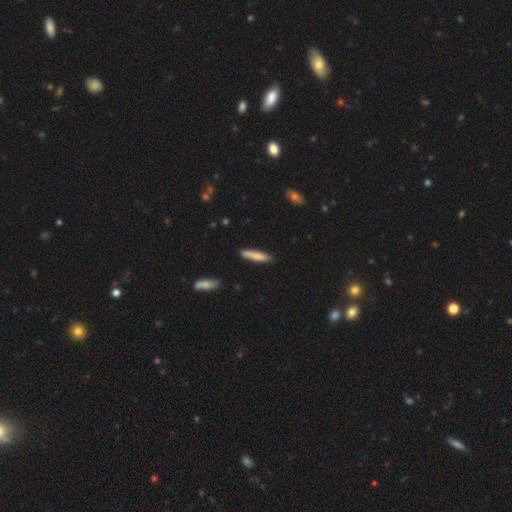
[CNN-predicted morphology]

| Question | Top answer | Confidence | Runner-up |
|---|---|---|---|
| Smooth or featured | smooth | 79% | featured or disk (15%) |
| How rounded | cigar-shaped | 87% | in between (11%) |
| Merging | none | 84% | minor disturbance (12%) |